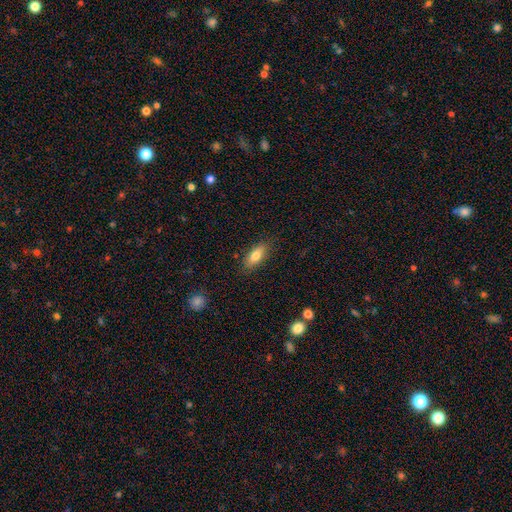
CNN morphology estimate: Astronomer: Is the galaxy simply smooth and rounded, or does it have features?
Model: smooth — 78%.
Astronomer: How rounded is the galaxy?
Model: in between — 77%.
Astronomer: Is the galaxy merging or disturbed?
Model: none — 85%.